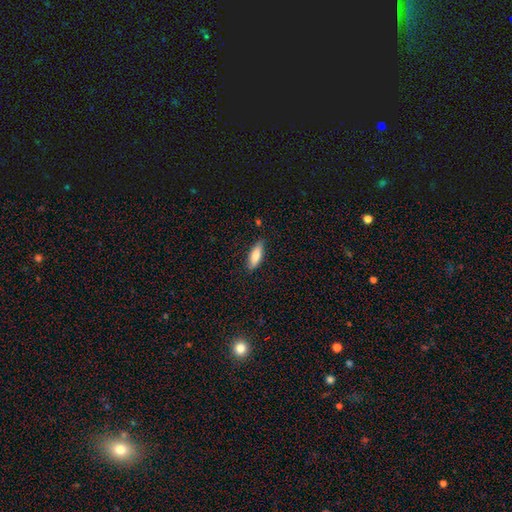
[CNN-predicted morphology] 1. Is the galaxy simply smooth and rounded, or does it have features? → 77% smooth, 17% featured or disk, 6% star or artifact.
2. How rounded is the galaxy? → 53% in between, 45% cigar-shaped, 2% round.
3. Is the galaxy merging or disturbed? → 84% none, 12% minor disturbance, 2% major disturbance, 1% merger.